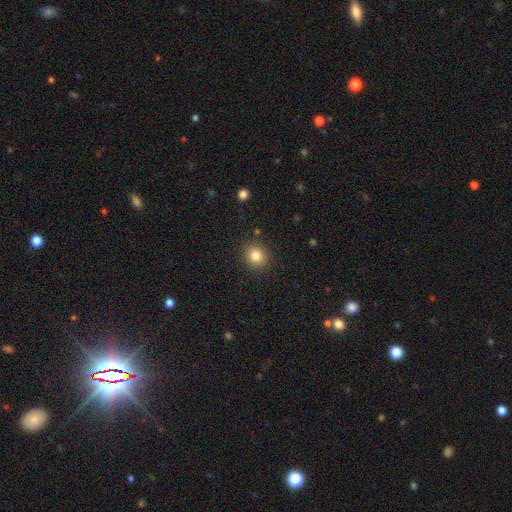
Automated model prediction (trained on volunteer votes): A smooth galaxy with no disk features (83%) that is round (82%).

Vote fractions:
- Smooth or featured? smooth: 83% / star or artifact: 11% / featured or disk: 6%
- How rounded? round: 82% / in between: 17% / cigar-shaped: 1%
- Merging? none: 89% / minor disturbance: 7% / major disturbance: 2% / merger: 2%